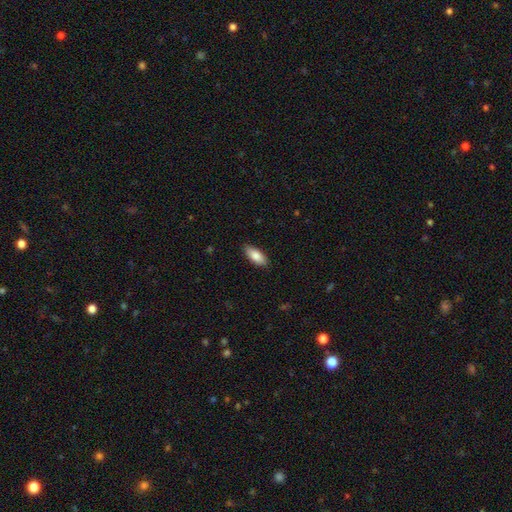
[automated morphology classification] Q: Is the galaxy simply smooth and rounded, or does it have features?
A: smooth — 84%.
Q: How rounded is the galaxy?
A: in between — 84%.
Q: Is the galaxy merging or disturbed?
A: none — 87%.